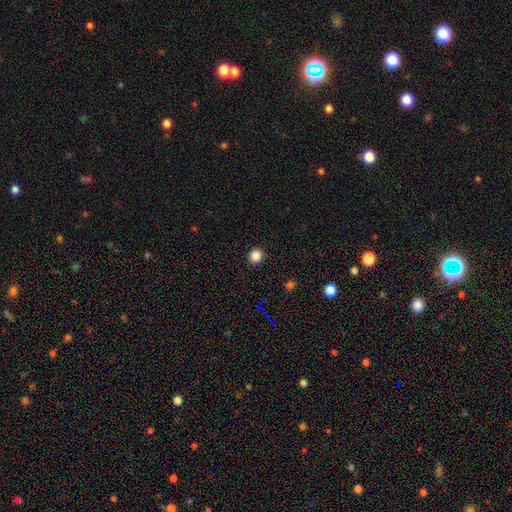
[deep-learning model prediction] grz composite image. It shows a smooth galaxy with no disk features (85%) that is round (91%). Merging: none (93%).